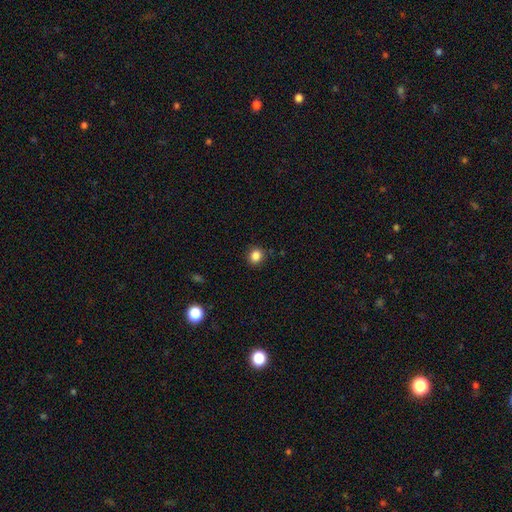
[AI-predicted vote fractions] Smooth or featured?
  - smooth: 85% *
  - star or artifact: 11%
  - featured or disk: 4%
How rounded?
  - round: 80% *
  - in between: 19%
  - cigar-shaped: 1%
Merging?
  - none: 89% *
  - minor disturbance: 8%
  - major disturbance: 2%
  - merger: 1%